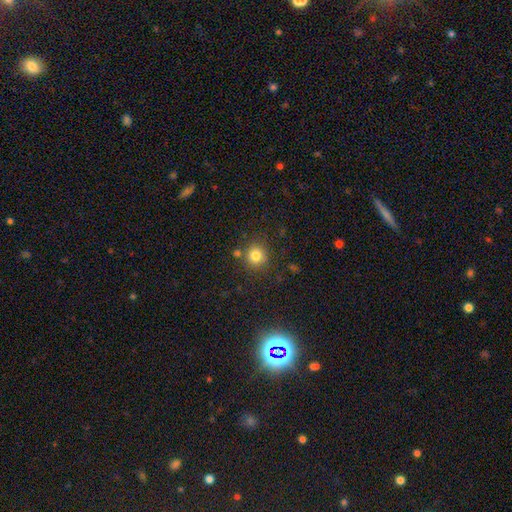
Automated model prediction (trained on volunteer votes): This appears to be a smooth galaxy with no disk features (81%) that is round (92%). Merging: none (80%).